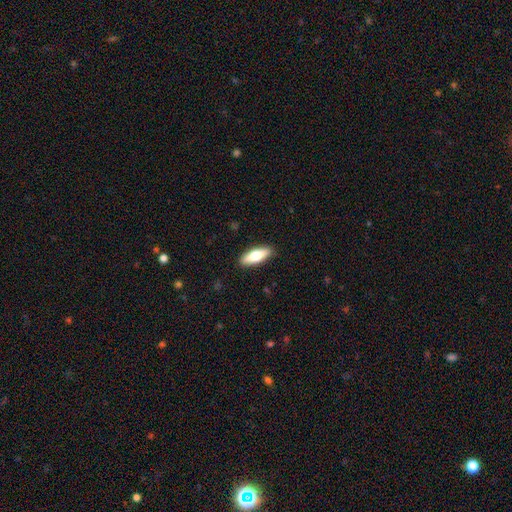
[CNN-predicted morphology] Q: Smooth or featured?
A: smooth (67%); runner-up: featured or disk (28%)
Q: How rounded?
A: in between (62%); runner-up: cigar-shaped (36%)
Q: Merging?
A: none (89%); runner-up: minor disturbance (8%)